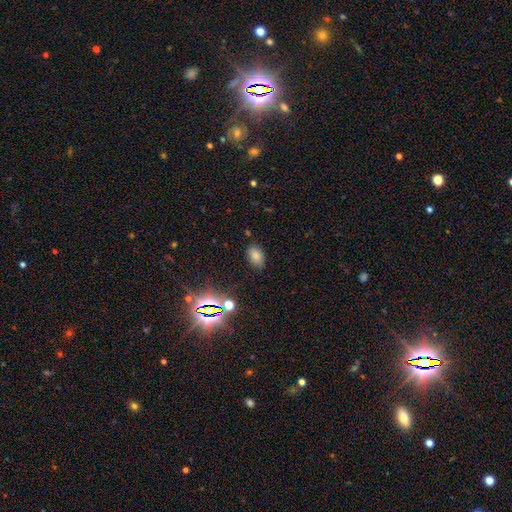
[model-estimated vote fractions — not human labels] Q: Smooth or featured?
A: smooth (76%); runner-up: star or artifact (17%)
Q: How rounded?
A: in between (90%); runner-up: round (9%)
Q: Merging?
A: none (83%); runner-up: minor disturbance (12%)